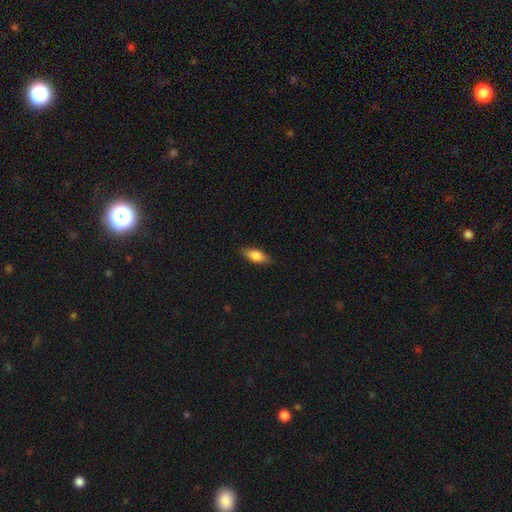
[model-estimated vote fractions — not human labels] A smooth galaxy with no disk features (76%) that is in between round and cigar-shaped (78%).

Vote fractions:
- Smooth or featured? smooth: 76% / featured or disk: 17% / star or artifact: 7%
- How rounded? in between: 78% / cigar-shaped: 19% / round: 3%
- Merging? none: 85% / minor disturbance: 12% / major disturbance: 2% / merger: 1%